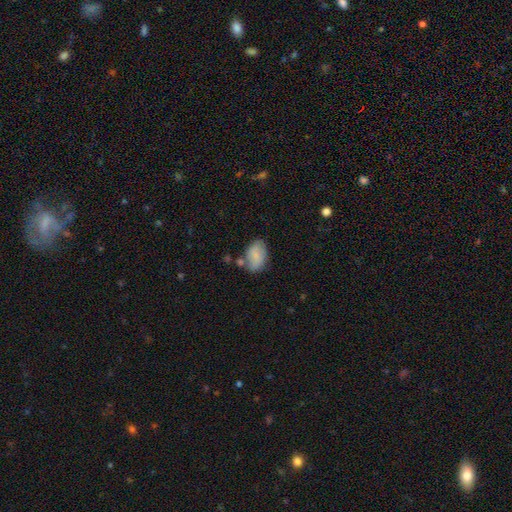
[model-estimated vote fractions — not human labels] This is likely a smooth galaxy (71%). How rounded: clearly in between (88%). Merging: possibly none (59%).